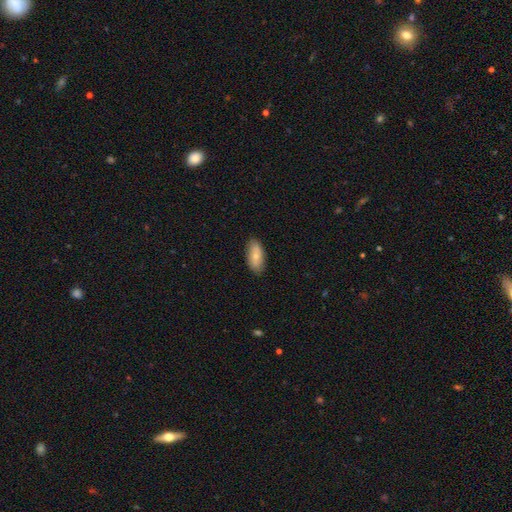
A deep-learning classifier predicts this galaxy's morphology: Smooth or featured? Predicted: smooth (p=0.73). How rounded? Predicted: in between (p=0.90). Merging? Predicted: none (p=0.86).